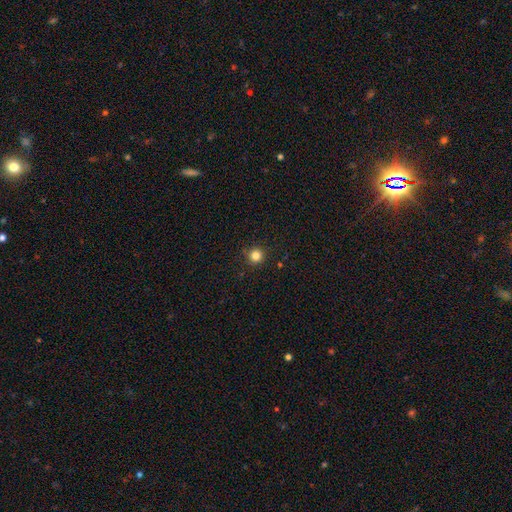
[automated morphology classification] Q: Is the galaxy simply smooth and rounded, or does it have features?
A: smooth — 83%.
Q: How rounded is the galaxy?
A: round — 95%.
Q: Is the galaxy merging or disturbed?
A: none — 90%.